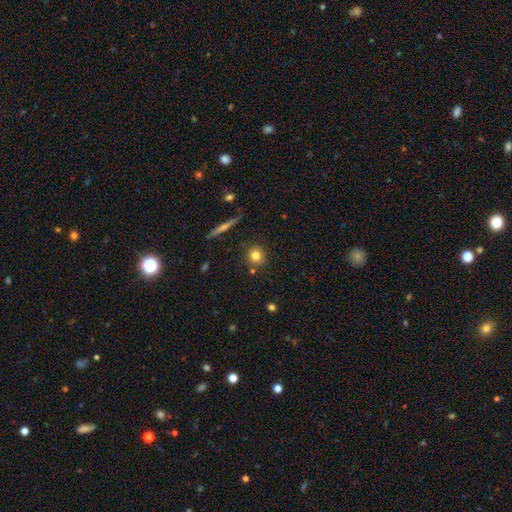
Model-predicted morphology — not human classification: Smooth or featured? Predicted: smooth (p=0.78). How rounded? Predicted: round (p=0.88). Merging? Predicted: none (p=0.84).